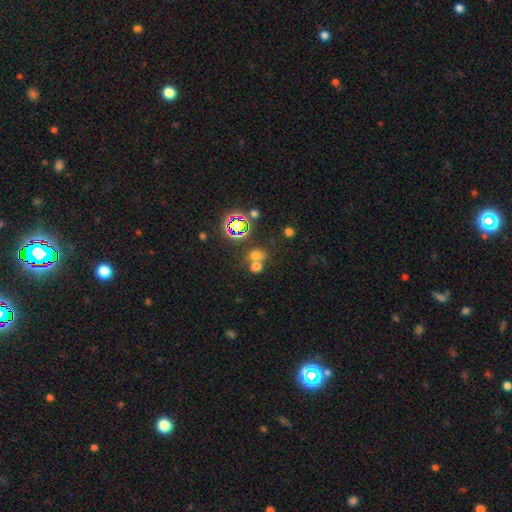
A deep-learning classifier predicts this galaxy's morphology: Smooth or featured?
  - smooth: 58% *
  - star or artifact: 32%
  - featured or disk: 10%
How rounded?
  - round: 61% *
  - in between: 37%
  - cigar-shaped: 1%
Merging?
  - none: 45% *
  - merger: 44%
  - minor disturbance: 8%
  - major disturbance: 4%